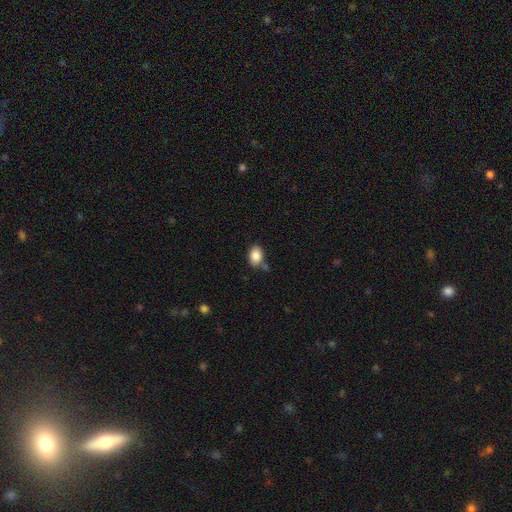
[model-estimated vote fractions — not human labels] Smooth or featured? smooth (87%)
How rounded? in between (77%)
Merging? none (72%)